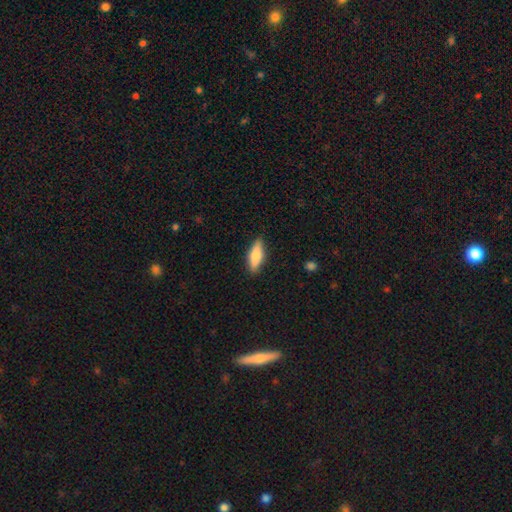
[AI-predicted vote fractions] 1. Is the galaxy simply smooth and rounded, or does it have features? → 76% smooth, 18% featured or disk, 6% star or artifact.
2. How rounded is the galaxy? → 50% in between, 47% cigar-shaped, 2% round.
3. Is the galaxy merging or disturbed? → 86% none, 11% minor disturbance, 2% major disturbance, 1% merger.